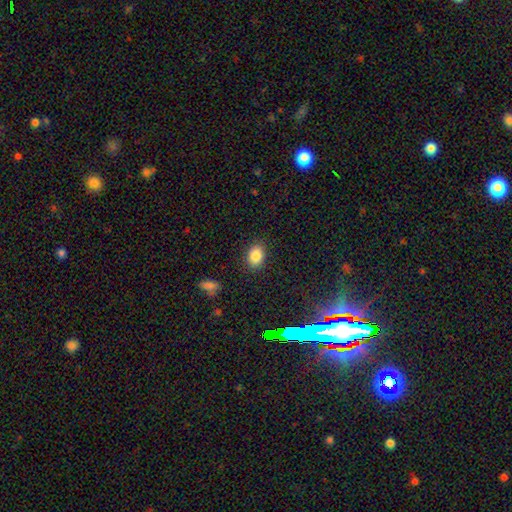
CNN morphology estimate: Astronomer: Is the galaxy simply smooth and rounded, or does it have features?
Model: smooth — 86%.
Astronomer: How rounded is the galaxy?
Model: in between — 77%.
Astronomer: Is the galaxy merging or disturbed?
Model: none — 86%.